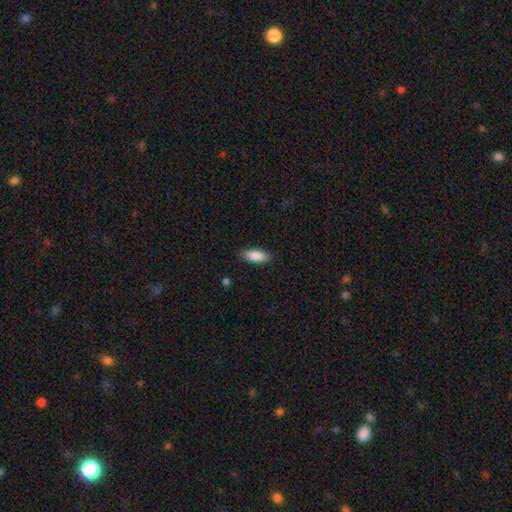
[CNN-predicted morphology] Q: Smooth or featured?
A: smooth (88%); runner-up: star or artifact (6%)
Q: How rounded?
A: in between (83%); runner-up: cigar-shaped (15%)
Q: Merging?
A: none (87%); runner-up: minor disturbance (10%)